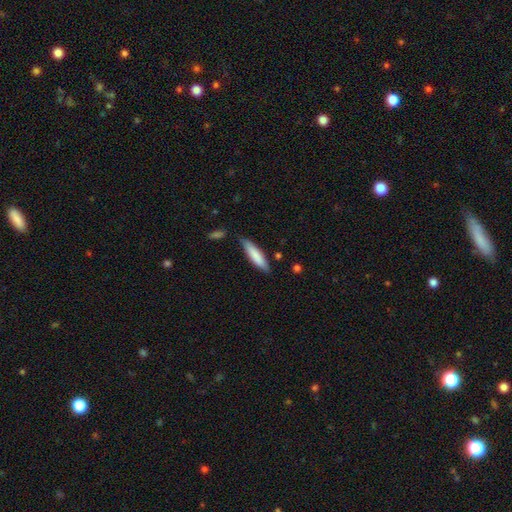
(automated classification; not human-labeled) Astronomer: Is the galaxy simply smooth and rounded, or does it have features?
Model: smooth — 80%.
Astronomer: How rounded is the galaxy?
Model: cigar-shaped — 76%.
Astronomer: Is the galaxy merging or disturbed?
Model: none — 78%.